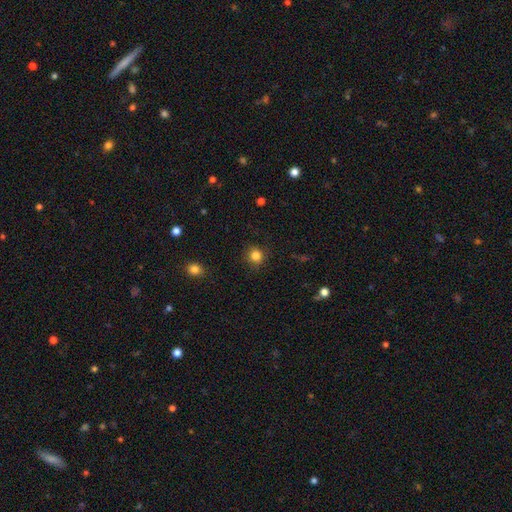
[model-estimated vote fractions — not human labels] smooth_or_featured: smooth (p=0.83) [alt: star or artifact p=0.12]
how_rounded: round (p=0.89) [alt: in between p=0.10]
merging: none (p=0.86) [alt: minor disturbance p=0.10]